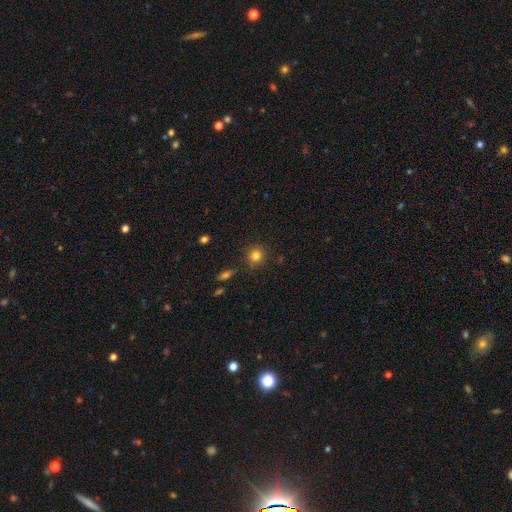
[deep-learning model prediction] A smooth galaxy with no disk features (81%) that is round (89%). Merging: none (85%).